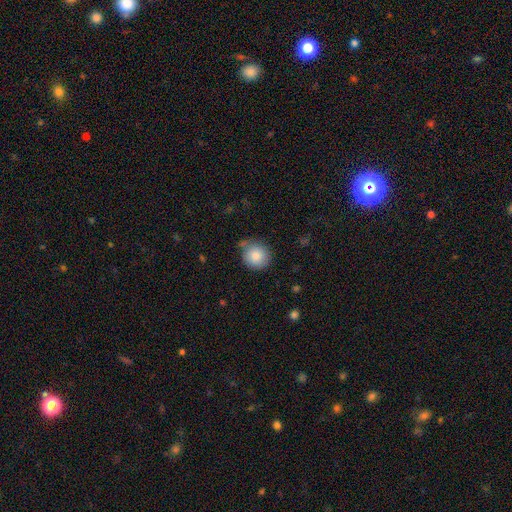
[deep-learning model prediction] smooth-or-featured: smooth: 84% | star or artifact: 9% | featured or disk: 7%
  how-rounded: round: 91% | in between: 8% | cigar-shaped: 1%
  merging: none: 74% | minor disturbance: 17% | merger: 5% | major disturbance: 4%